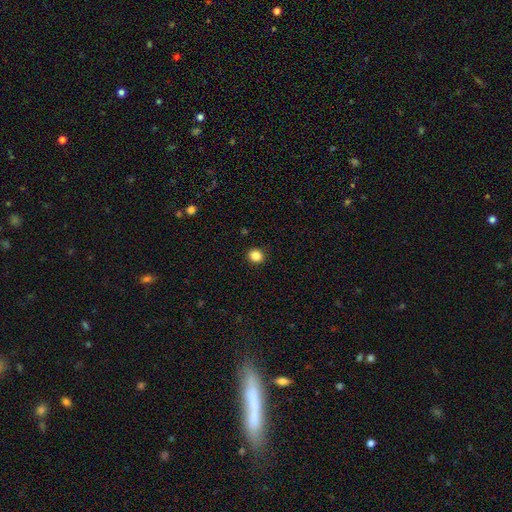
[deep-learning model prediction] Smooth or featured? Predicted: smooth (p=0.85). How rounded? Predicted: round (p=0.77). Merging? Predicted: none (p=0.92).